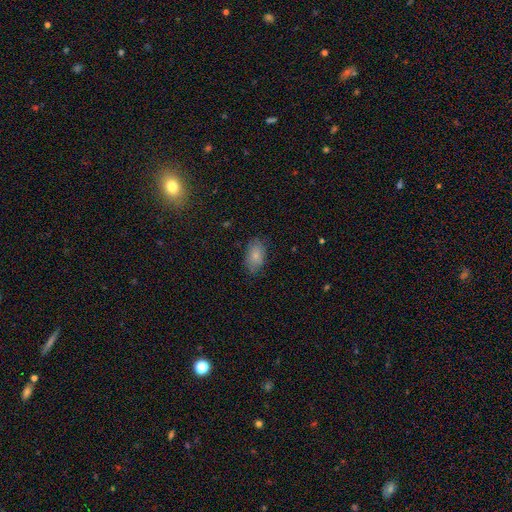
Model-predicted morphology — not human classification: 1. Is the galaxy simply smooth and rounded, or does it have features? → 81% smooth, 11% featured or disk, 7% star or artifact.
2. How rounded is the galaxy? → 92% in between, 7% round, 2% cigar-shaped.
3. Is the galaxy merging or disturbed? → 80% none, 15% minor disturbance, 3% major disturbance, 1% merger.